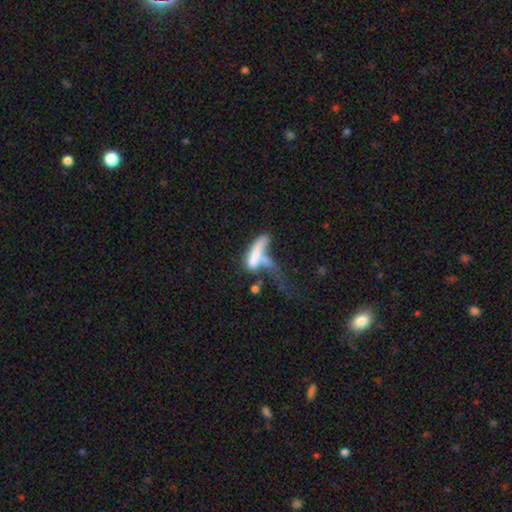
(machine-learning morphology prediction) Smooth or featured? smooth (60%)
How rounded? cigar-shaped (67%)
Merging? merger (39%)